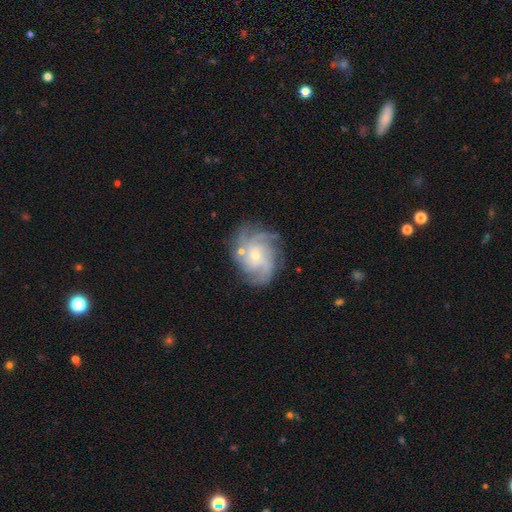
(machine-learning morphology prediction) This appears to be a featured or disk galaxy (83%) with no bar (74%), 4 (32%) tight (48%) spiral arms (96%) and a small central bulge (73%). Merging: none (72%).